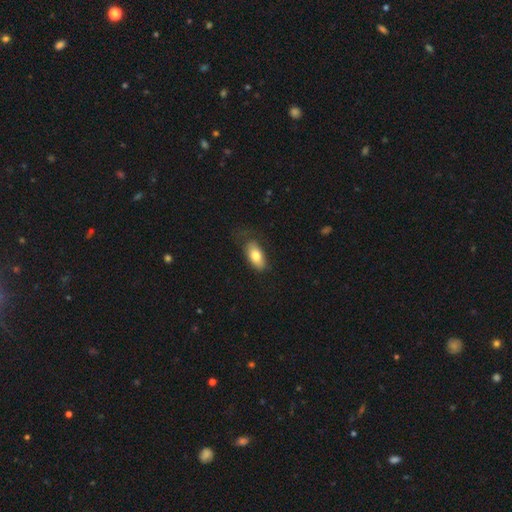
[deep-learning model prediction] The model was most divided on "merging": none: 63%, minor disturbance: 24%, major disturbance: 11%, merger: 1%. More confident: how rounded — in between (90%); smooth or featured — smooth (77%).